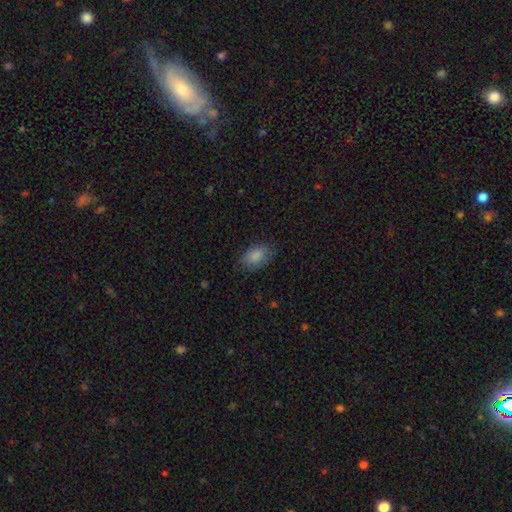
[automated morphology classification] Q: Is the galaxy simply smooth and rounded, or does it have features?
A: smooth — 87%.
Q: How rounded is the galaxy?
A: in between — 89%.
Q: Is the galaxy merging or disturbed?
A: none — 79%.